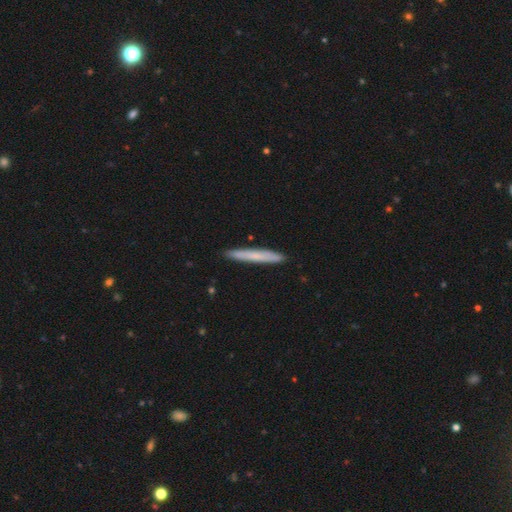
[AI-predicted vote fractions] This appears to be a smooth galaxy with no disk features (63%) that is cigar-shaped (97%). Merging: none (91%).